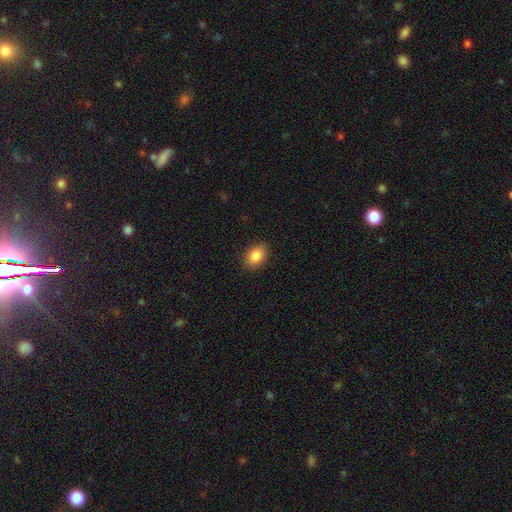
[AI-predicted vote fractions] smooth_or_featured: smooth (p=0.86) [alt: star or artifact p=0.08]
how_rounded: in between (p=0.76) [alt: round p=0.23]
merging: none (p=0.88) [alt: minor disturbance p=0.09]